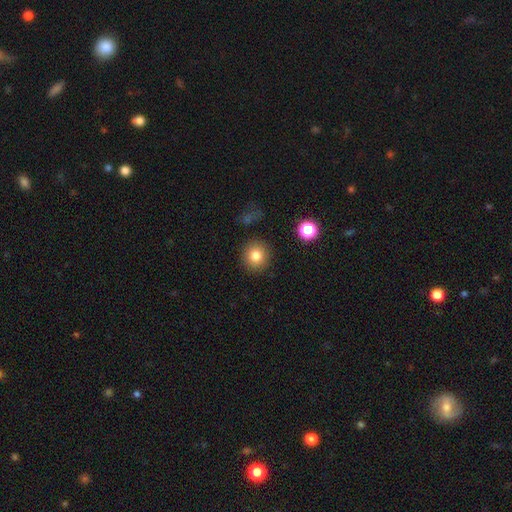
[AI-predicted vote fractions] smooth_or_featured: smooth (p=0.81) [alt: star or artifact p=0.12]
how_rounded: round (p=0.92) [alt: in between p=0.07]
merging: none (p=0.89) [alt: minor disturbance p=0.07]